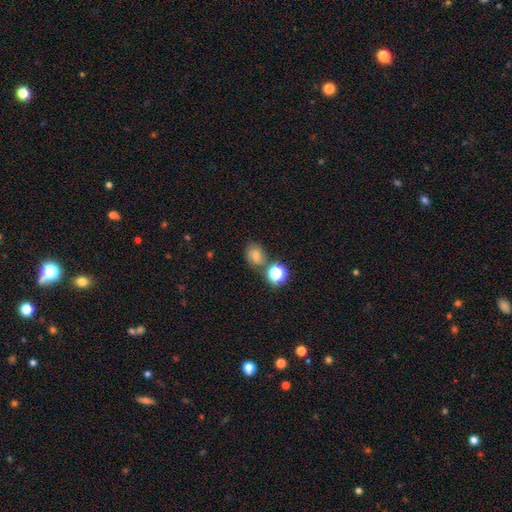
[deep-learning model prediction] A smooth galaxy with no disk features (64%) that is round (59%).

Vote fractions:
- Smooth or featured? smooth: 64% / star or artifact: 20% / featured or disk: 16%
- How rounded? round: 59% / in between: 40% / cigar-shaped: 1%
- Merging? none: 60% / minor disturbance: 17% / merger: 16% / major disturbance: 7%